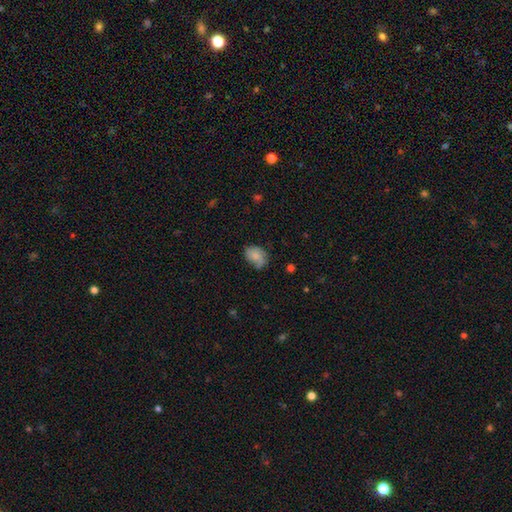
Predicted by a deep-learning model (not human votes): smooth-or-featured: smooth: 74% | featured or disk: 17% | star or artifact: 9%
  how-rounded: in between: 73% | round: 26% | cigar-shaped: 1%
  merging: none: 54% | minor disturbance: 33% | major disturbance: 10% | merger: 3%